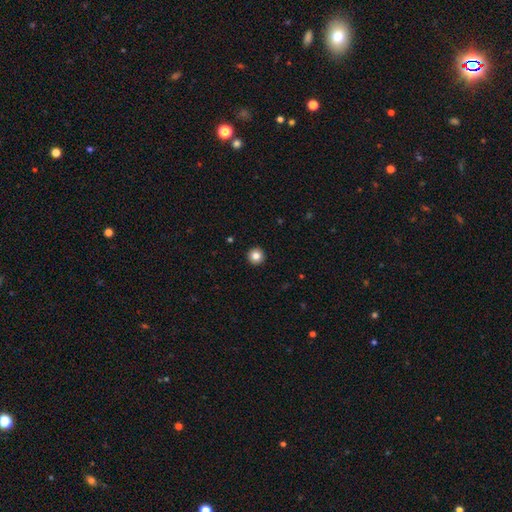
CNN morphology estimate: smooth_or_featured: smooth (p=0.84) [alt: star or artifact p=0.10]
how_rounded: round (p=0.96) [alt: in between p=0.03]
merging: none (p=0.94) [alt: minor disturbance p=0.04]